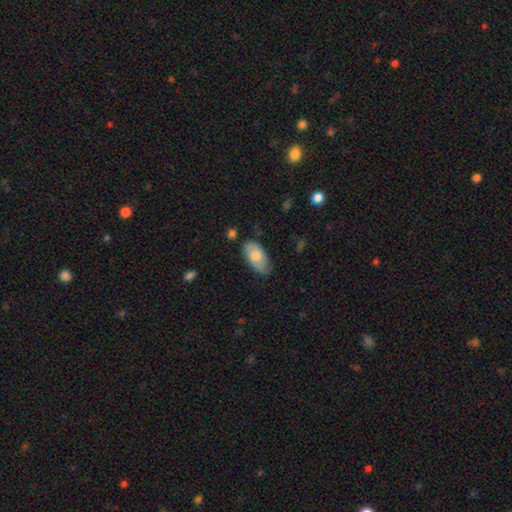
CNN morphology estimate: A smooth galaxy with no disk features (73%) that is in between round and cigar-shaped (93%). Merging: none (74%).